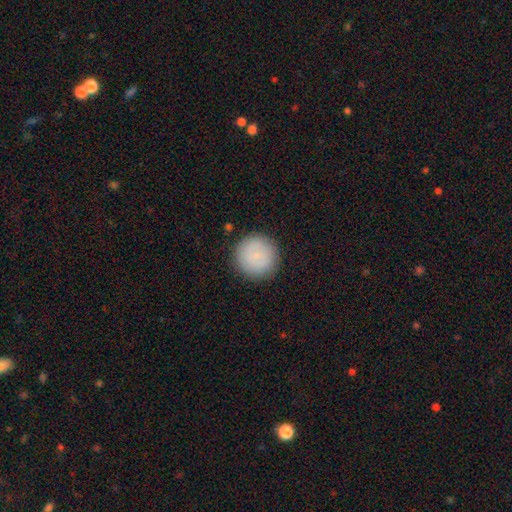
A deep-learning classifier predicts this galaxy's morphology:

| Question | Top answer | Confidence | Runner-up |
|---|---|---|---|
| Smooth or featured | smooth | 80% | featured or disk (14%) |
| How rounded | round | 96% | in between (3%) |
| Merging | none | 90% | minor disturbance (7%) |